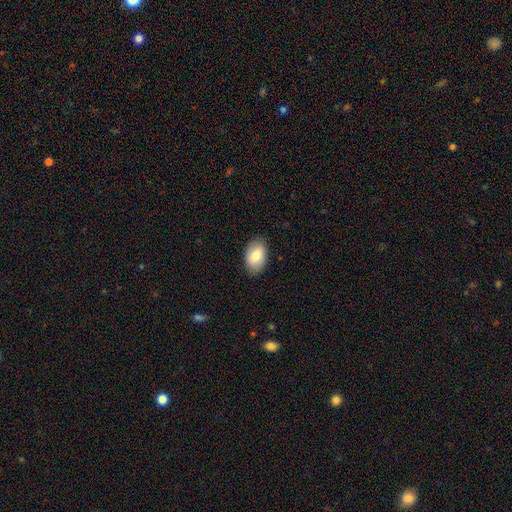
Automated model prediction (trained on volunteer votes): Smooth or featured: smooth — 79% (featured or disk — 15%)
How rounded: in between — 92% (round — 7%)
Merging: none — 86% (minor disturbance — 11%)